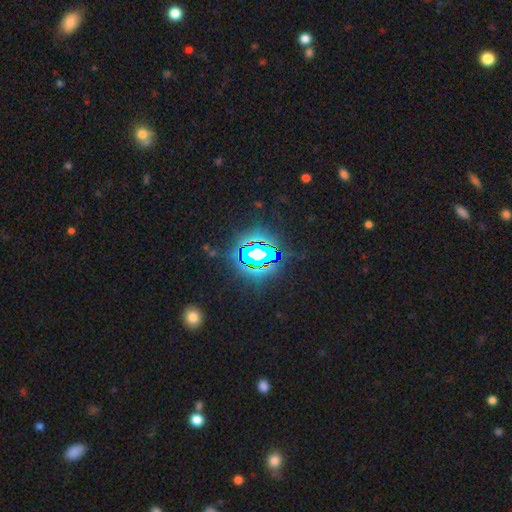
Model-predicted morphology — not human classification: This is likely a star or artifact rather than a galaxy (77%).